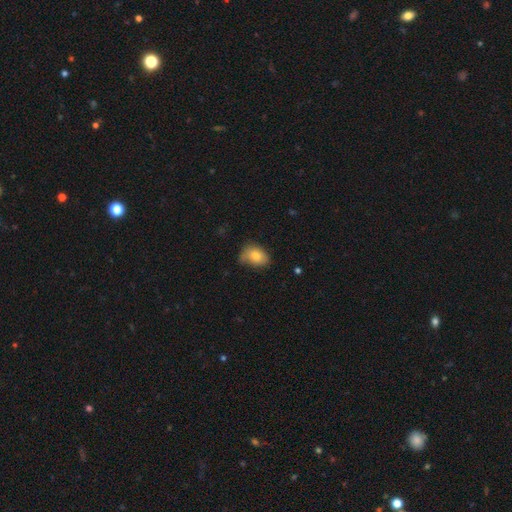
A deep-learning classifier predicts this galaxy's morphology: Q: Smooth or featured?
A: smooth (78%); runner-up: featured or disk (13%)
Q: How rounded?
A: in between (78%); runner-up: round (21%)
Q: Merging?
A: none (51%); runner-up: minor disturbance (38%)